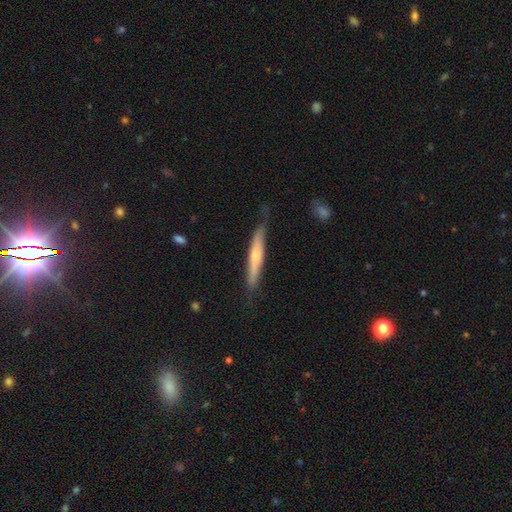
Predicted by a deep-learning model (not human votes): A featured or disk galaxy (49%).

Vote fractions:
- Smooth or featured? featured or disk: 49% / smooth: 45% / star or artifact: 6%
- Merging? none: 72% / minor disturbance: 21% / major disturbance: 5% / merger: 2%